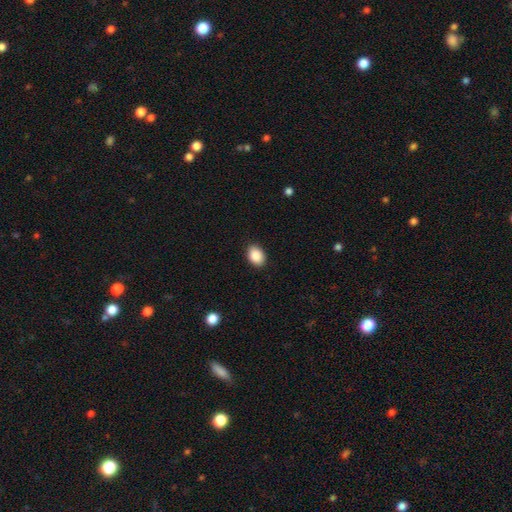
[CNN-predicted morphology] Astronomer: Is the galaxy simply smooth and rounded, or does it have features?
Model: smooth — 89%.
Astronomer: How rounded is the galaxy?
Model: in between — 74%.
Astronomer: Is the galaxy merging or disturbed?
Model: none — 89%.